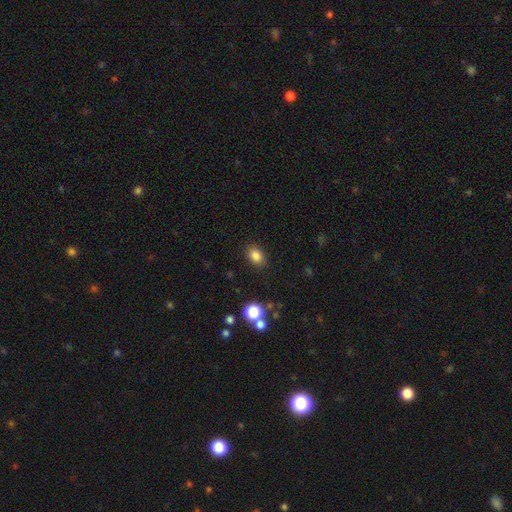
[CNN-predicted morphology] Smooth or featured? Predicted: smooth (p=0.84). How rounded? Predicted: in between (p=0.70). Merging? Predicted: none (p=0.86).